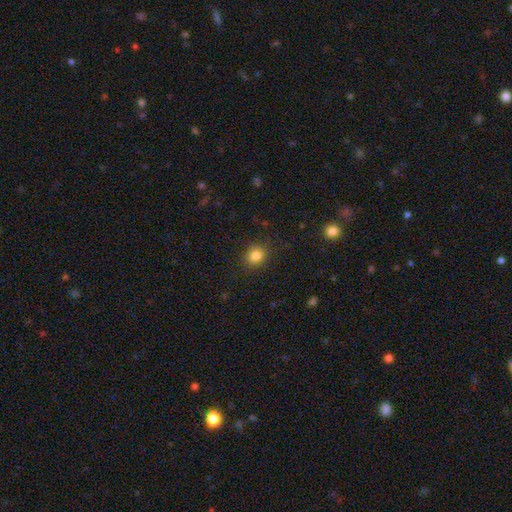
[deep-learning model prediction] This appears to be a smooth galaxy with no disk features (83%) that is round (76%). Merging: none (88%).